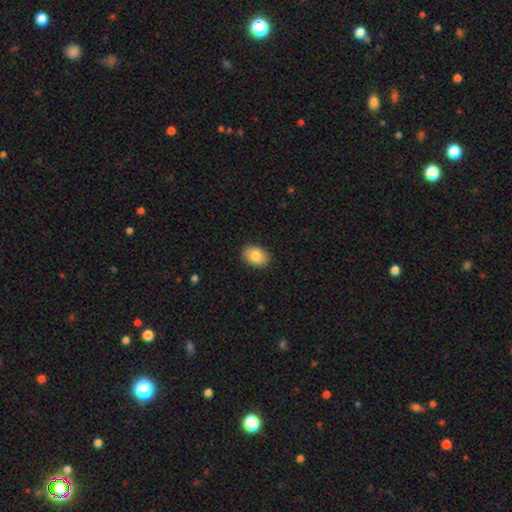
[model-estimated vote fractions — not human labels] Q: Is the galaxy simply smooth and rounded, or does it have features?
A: smooth — 84%.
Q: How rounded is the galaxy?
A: in between — 76%.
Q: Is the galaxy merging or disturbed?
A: none — 89%.